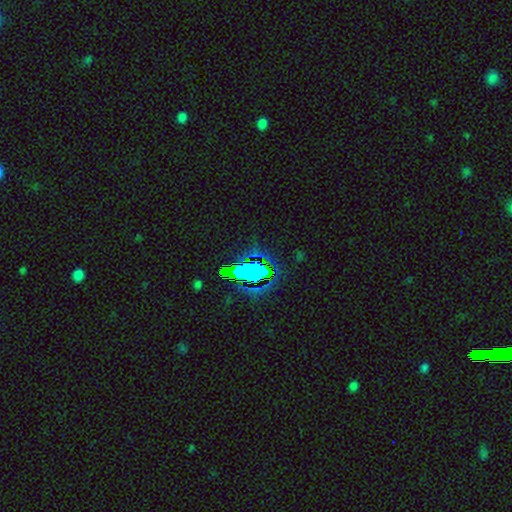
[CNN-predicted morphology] star or artifact 79%, smooth 12%, featured or disk 9%.